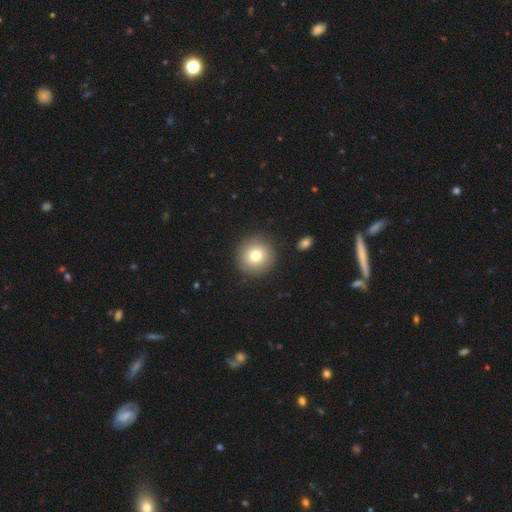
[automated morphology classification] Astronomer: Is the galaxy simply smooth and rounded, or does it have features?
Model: smooth — 77%.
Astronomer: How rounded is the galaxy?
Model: round — 95%.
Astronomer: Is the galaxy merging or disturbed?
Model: none — 90%.